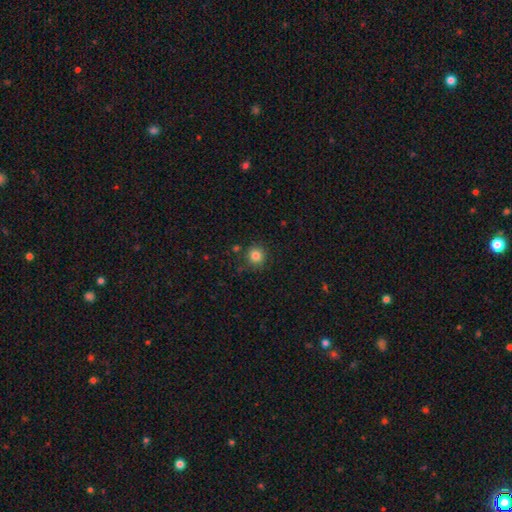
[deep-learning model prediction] Smooth or featured? smooth (83%)
How rounded? round (92%)
Merging? none (84%)